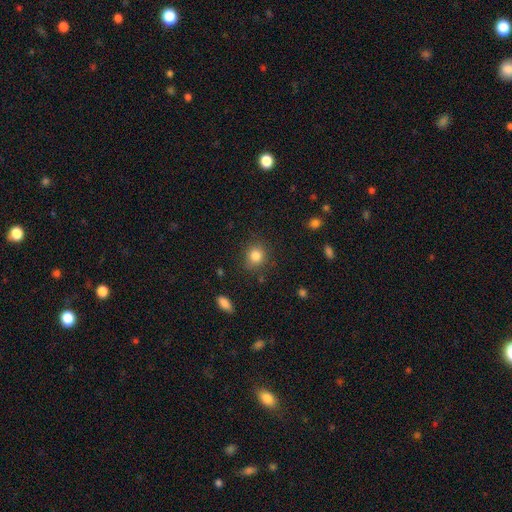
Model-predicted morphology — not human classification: This is clearly a smooth galaxy (84%). How rounded: likely round (78%). Merging: clearly none (82%).